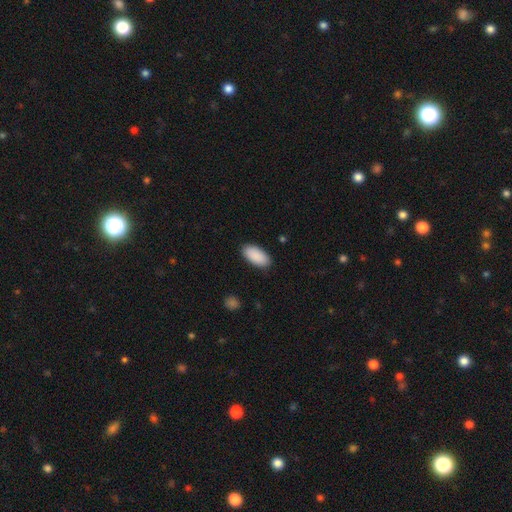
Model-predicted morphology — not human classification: A smooth galaxy with no disk features (92%) that is in between round and cigar-shaped (94%). Merging: none (89%).